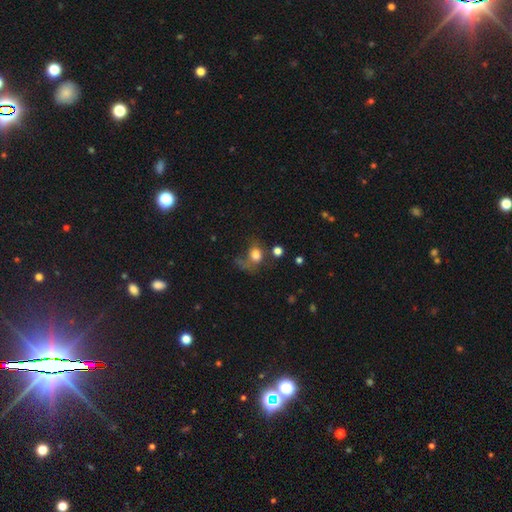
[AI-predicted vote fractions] This appears to be a smooth galaxy with no disk features (72%) that is round (50%). Merging: major disturbance (40%).